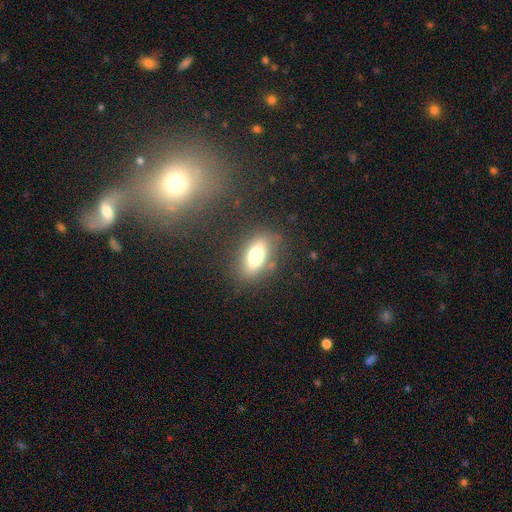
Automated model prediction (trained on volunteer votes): Overall: smooth (64%; featured or disk 26%). How rounded: in between (77%). Merging: none (77%).